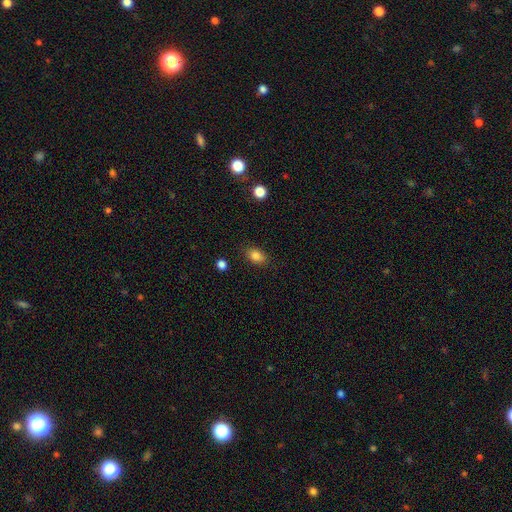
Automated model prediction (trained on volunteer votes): smooth-or-featured: smooth: 84% | star or artifact: 10% | featured or disk: 6%
  how-rounded: in between: 79% | round: 20% | cigar-shaped: 2%
  merging: none: 84% | minor disturbance: 12% | major disturbance: 3% | merger: 2%